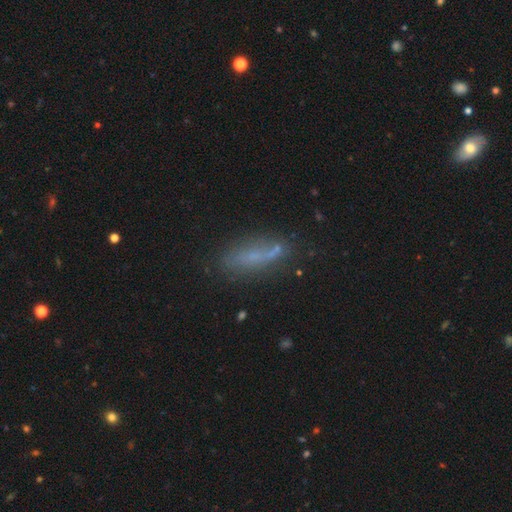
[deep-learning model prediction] smooth 55%, featured or disk 32%, star or artifact 13%. Down the decision tree: how rounded — cigar-shaped (68%); merging — none (66%).